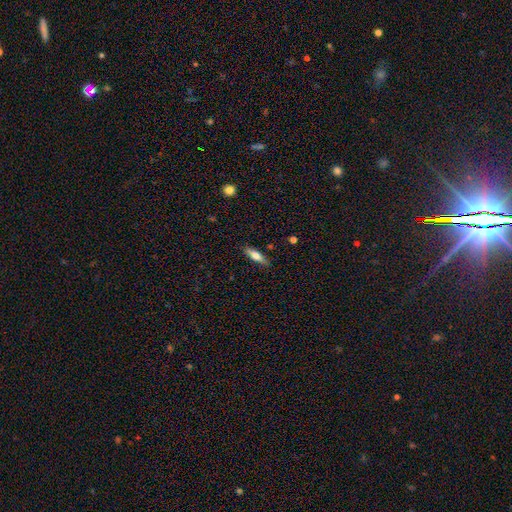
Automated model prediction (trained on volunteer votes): Morphology: type=smooth (63%); roundness=cigar-shaped (60%); merging=none (86%).